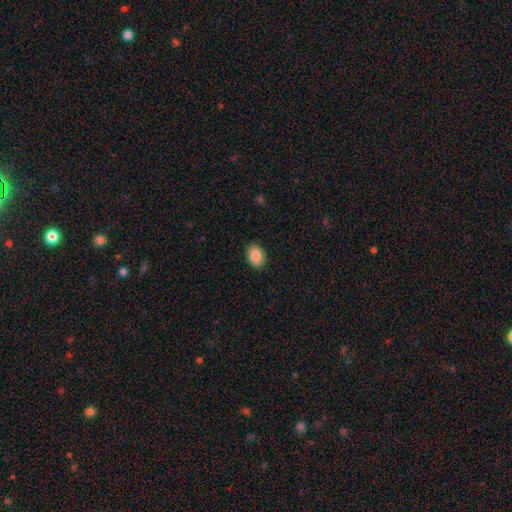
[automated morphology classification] A smooth galaxy with no disk features (88%) that is in between round and cigar-shaped (73%). Merging: none (89%).